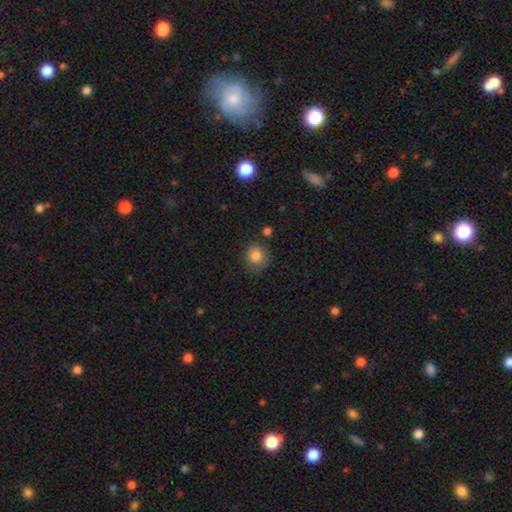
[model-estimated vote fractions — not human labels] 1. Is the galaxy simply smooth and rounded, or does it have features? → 84% smooth, 10% star or artifact, 6% featured or disk.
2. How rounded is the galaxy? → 84% round, 15% in between, 1% cigar-shaped.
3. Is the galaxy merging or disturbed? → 70% none, 21% minor disturbance, 6% major disturbance, 3% merger.